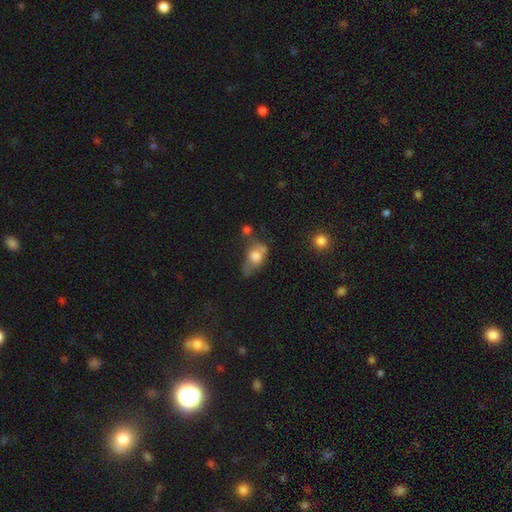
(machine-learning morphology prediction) This appears to be a smooth galaxy with no disk features (66%) that is in between round and cigar-shaped (73%). Merging: none (29%).